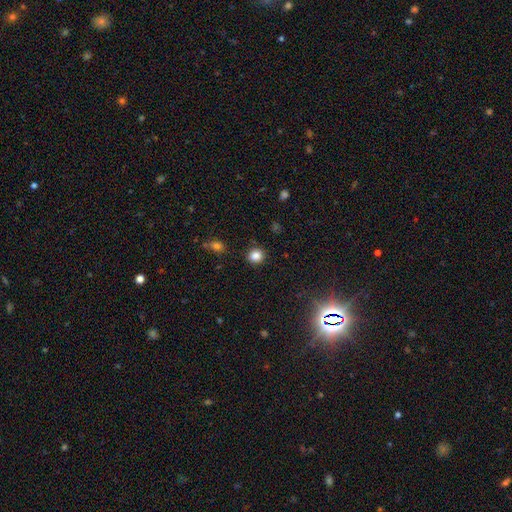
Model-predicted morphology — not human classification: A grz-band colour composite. It shows a smooth galaxy with no disk features (84%) that is round (87%). Merging: none (89%).